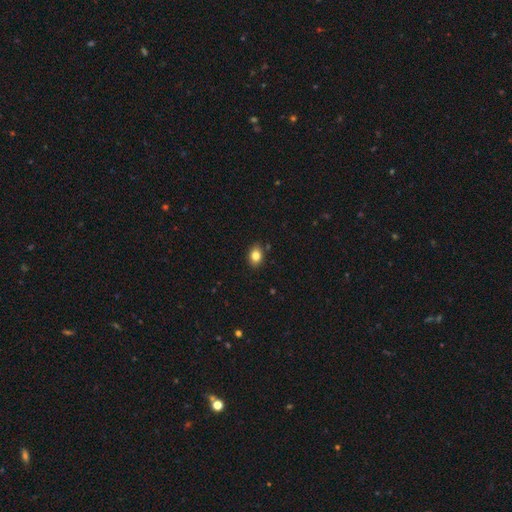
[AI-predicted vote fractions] Smooth or featured: smooth — 82% (star or artifact — 10%)
How rounded: in between — 70% (round — 29%)
Merging: none — 86% (minor disturbance — 10%)